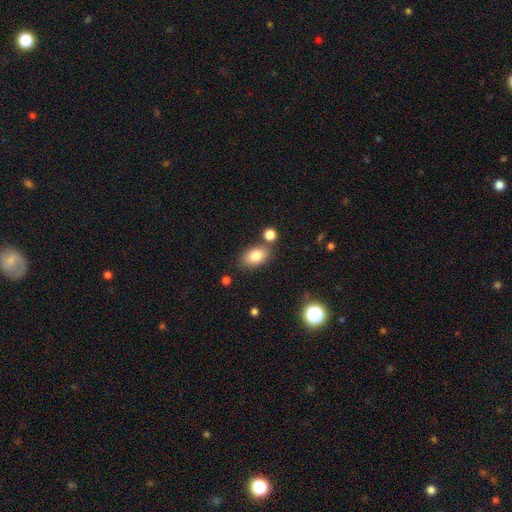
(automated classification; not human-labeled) This is clearly a smooth galaxy (81%). How rounded: clearly in between (88%). Merging: likely none (74%).